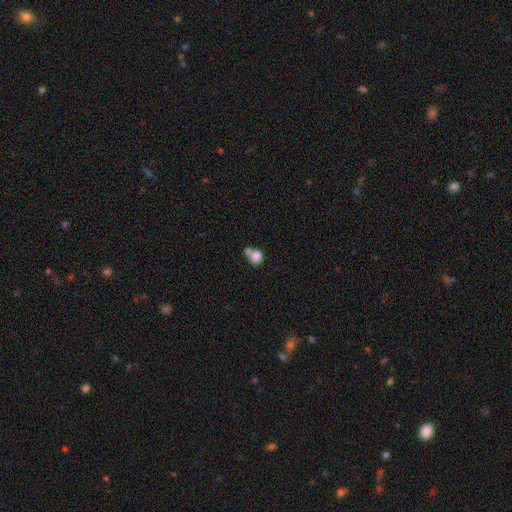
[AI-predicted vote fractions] This appears to be a smooth galaxy with no disk features (81%) that is round (67%). Merging: merger (55%).